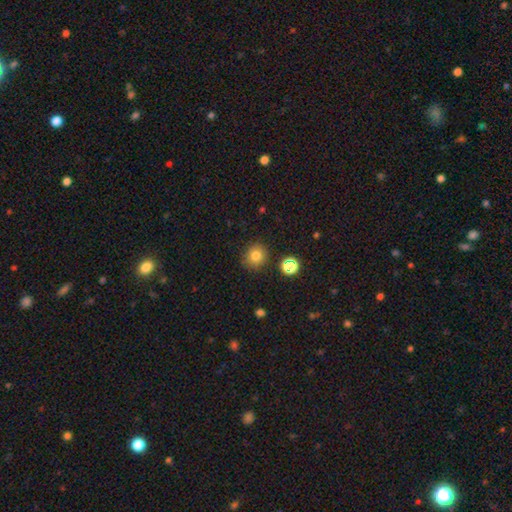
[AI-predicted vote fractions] The model was most divided on "smooth or featured": smooth: 78%, star or artifact: 14%, featured or disk: 7%. More confident: how rounded — round (89%); merging — none (87%).